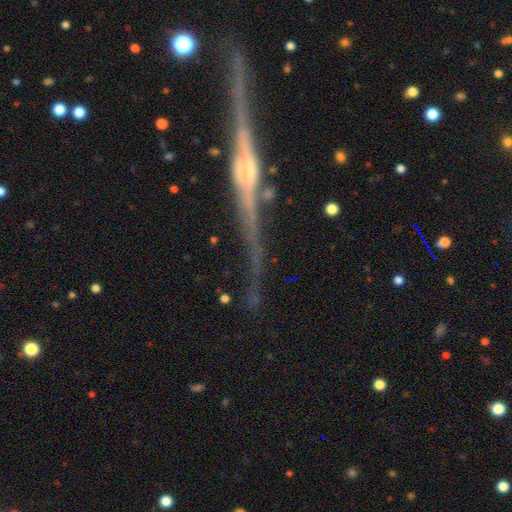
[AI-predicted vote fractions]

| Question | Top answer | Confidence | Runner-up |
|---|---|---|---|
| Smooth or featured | featured or disk | 87% | star or artifact (7%) |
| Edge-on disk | yes | 96% | no (4%) |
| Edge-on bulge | rounded | 66% | boxy (23%) |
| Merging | none | 80% | minor disturbance (13%) |